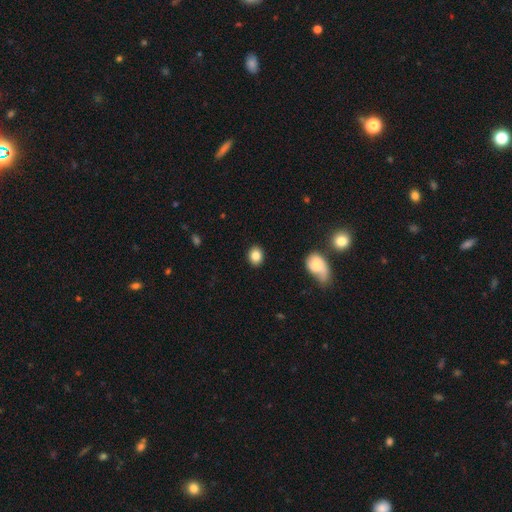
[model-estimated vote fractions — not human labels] smooth 85%, star or artifact 9%, featured or disk 6%. Down the decision tree: how rounded — round (58%); merging — none (90%).